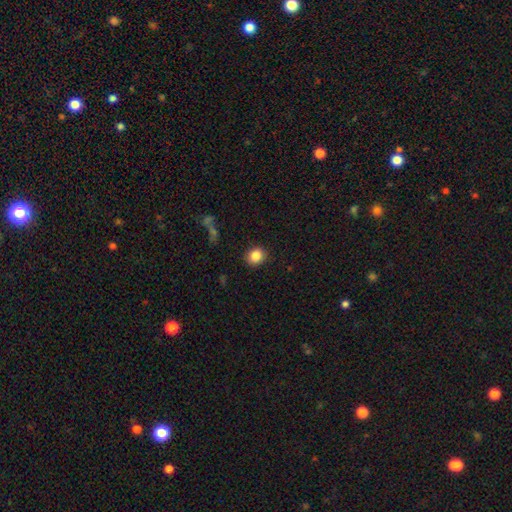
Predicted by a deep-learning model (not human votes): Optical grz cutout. It shows a smooth galaxy with no disk features (86%) that is round (70%). Merging: none (87%).